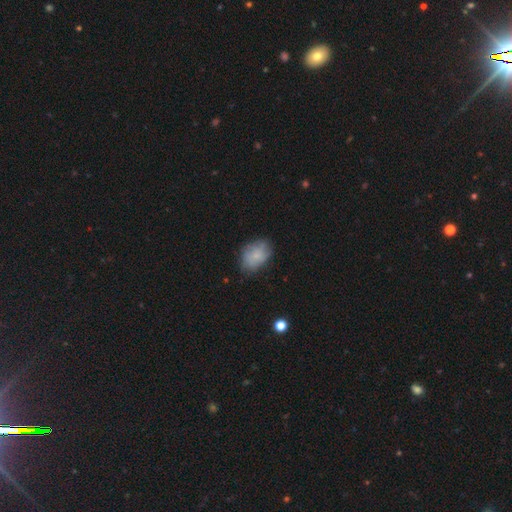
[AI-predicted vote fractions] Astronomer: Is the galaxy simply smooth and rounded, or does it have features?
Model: smooth — 69%.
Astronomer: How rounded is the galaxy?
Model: in between — 77%.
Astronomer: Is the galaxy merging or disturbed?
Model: none — 68%.